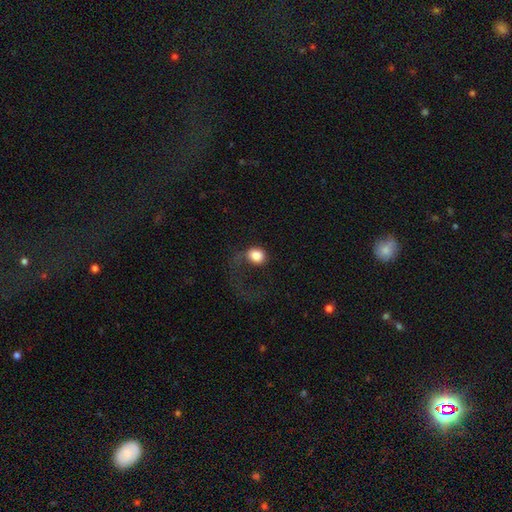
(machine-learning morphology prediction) Overall: smooth (80%). How rounded: round (74%). Merging: major disturbance (51%; none 29%).